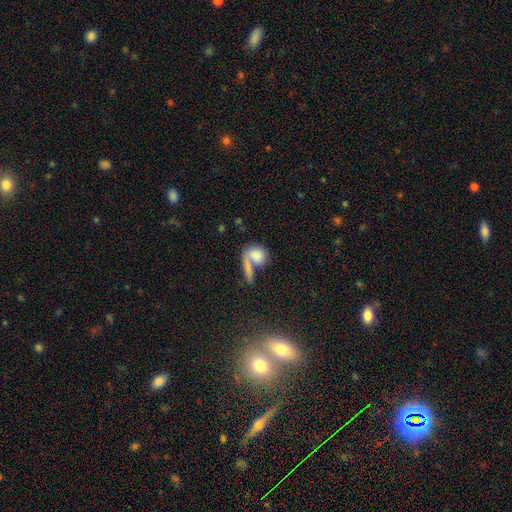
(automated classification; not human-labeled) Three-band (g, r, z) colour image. It shows a smooth galaxy with no disk features (75%) that is in between round and cigar-shaped (51%). Merging: merger (48%).